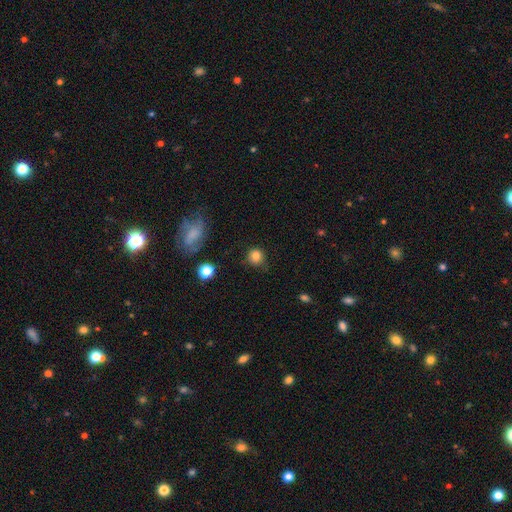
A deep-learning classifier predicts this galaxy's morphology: type=smooth (83%); roundness=round (87%); merging=none (79%).